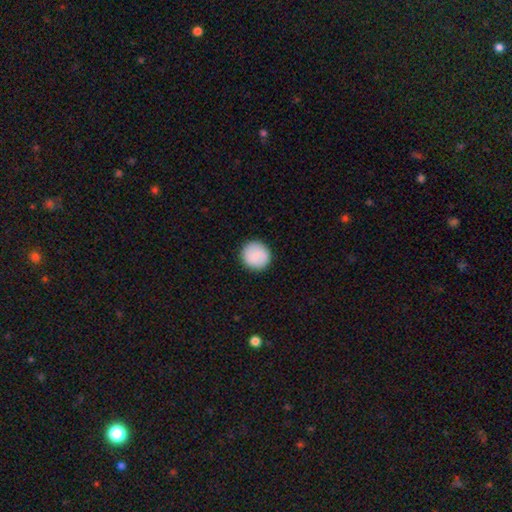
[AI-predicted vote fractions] Smooth or featured?
  - smooth: 81% *
  - featured or disk: 13%
  - star or artifact: 6%
How rounded?
  - round: 93% *
  - in between: 6%
  - cigar-shaped: 1%
Merging?
  - none: 91% *
  - minor disturbance: 6%
  - major disturbance: 2%
  - merger: 1%